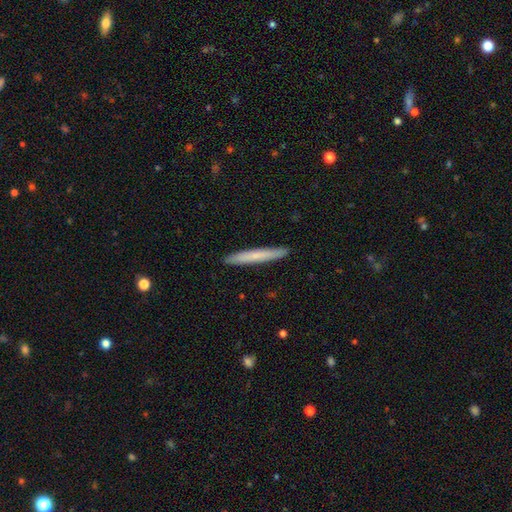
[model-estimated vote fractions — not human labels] smooth 67%, featured or disk 27%, star or artifact 6%. Down the decision tree: how rounded — cigar-shaped (97%); merging — none (92%).